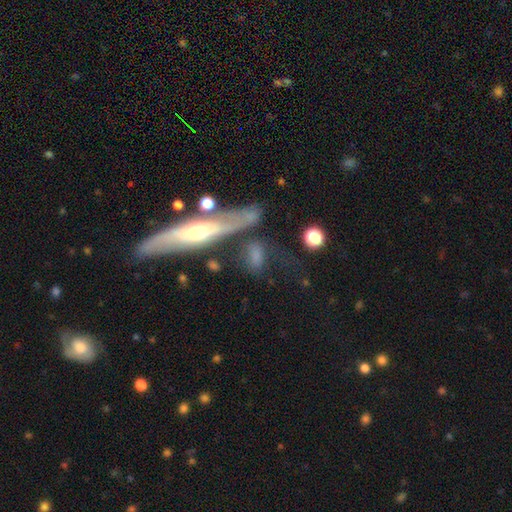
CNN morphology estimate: Overall: smooth (66%). How rounded: in between (64%). Merging: none (51%; minor disturbance 18%).